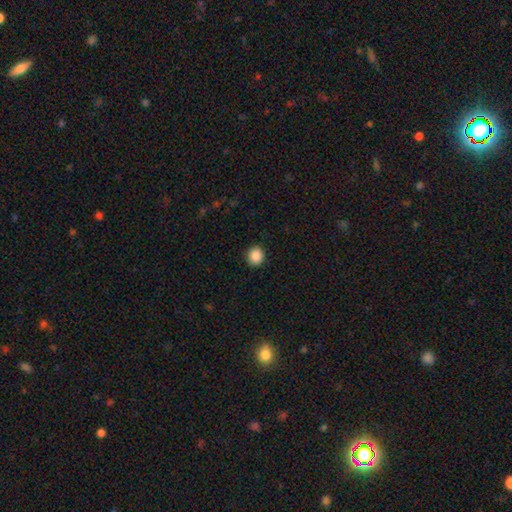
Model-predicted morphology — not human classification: This appears to be a smooth galaxy with no disk features (89%) that is round (87%). Merging: none (91%).